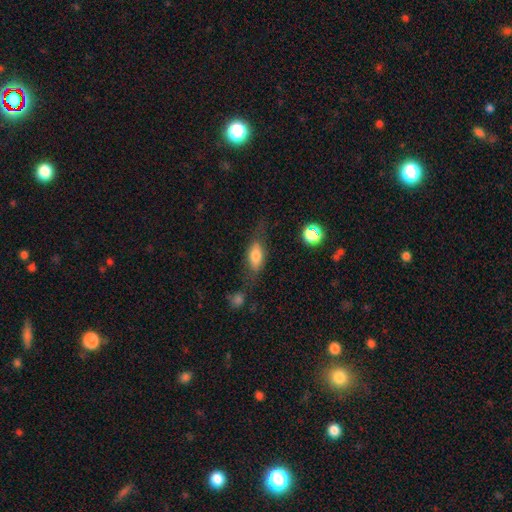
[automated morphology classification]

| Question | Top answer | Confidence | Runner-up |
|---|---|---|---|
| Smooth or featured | smooth | 67% | featured or disk (25%) |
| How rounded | in between | 76% | cigar-shaped (19%) |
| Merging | none | 58% | minor disturbance (22%) |